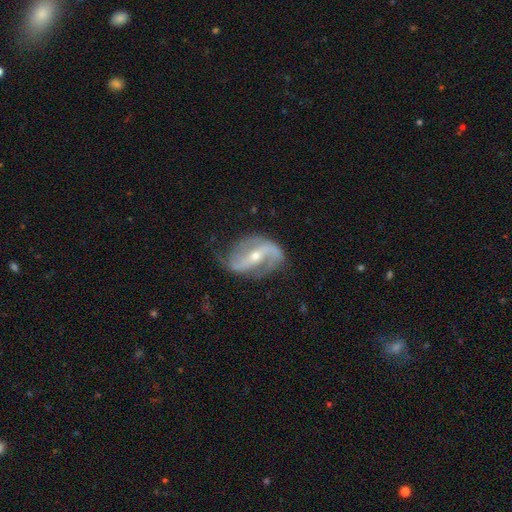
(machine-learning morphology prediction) Smooth or featured? featured or disk (89%)
Edge-on disk? no (96%)
Bar? strong (51%)
Spiral arms? yes (95%)
Spiral winding? loose (60%)
Spiral arm count? 2 (89%)
Bulge size? small (52%)
Merging? none (65%)